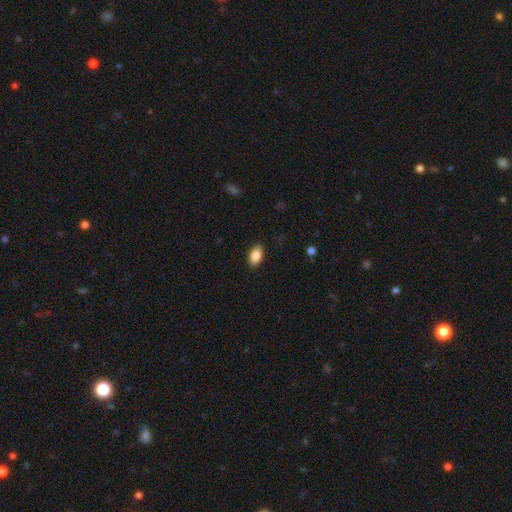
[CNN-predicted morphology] smooth_or_featured: smooth (p=0.87) [alt: star or artifact p=0.07]
how_rounded: in between (p=0.92) [alt: round p=0.06]
merging: none (p=0.88) [alt: minor disturbance p=0.09]